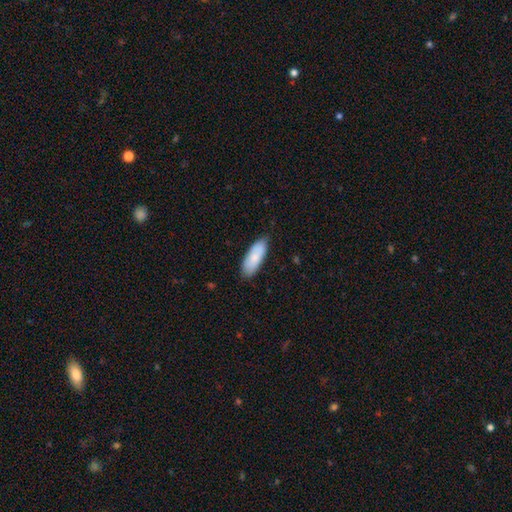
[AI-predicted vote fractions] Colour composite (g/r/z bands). It shows a smooth galaxy with no disk features (82%) that is in between round and cigar-shaped (77%). Merging: none (81%).